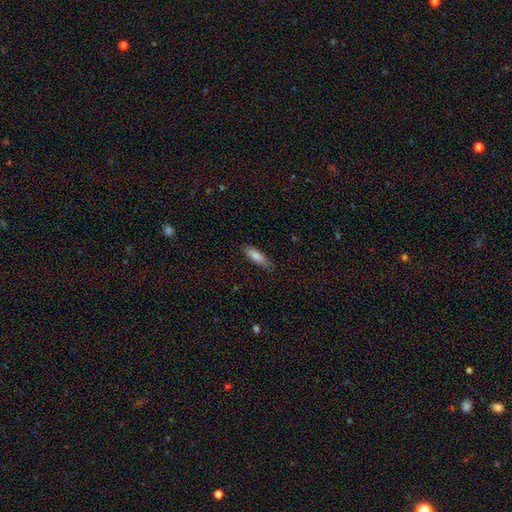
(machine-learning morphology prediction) Smooth or featured? smooth (79%)
How rounded? in between (51%)
Merging? none (80%)